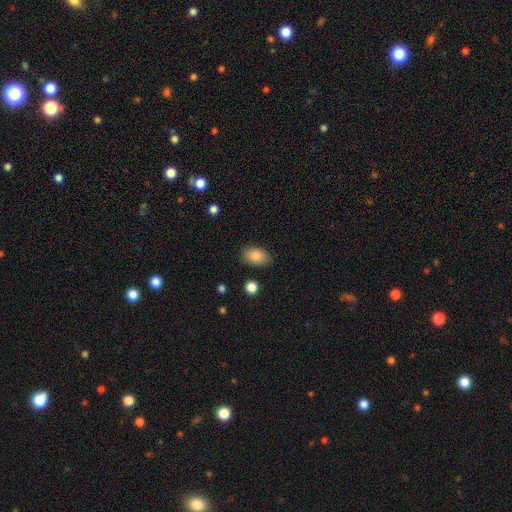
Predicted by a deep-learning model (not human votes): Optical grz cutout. It shows a smooth galaxy with no disk features (84%) that is in between round and cigar-shaped (90%). Merging: none (84%).